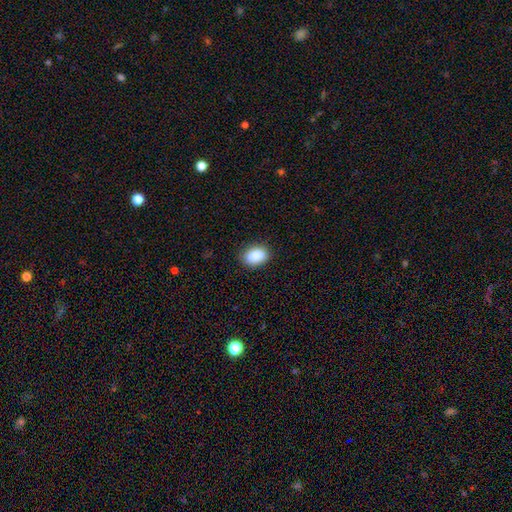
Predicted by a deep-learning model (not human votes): smooth_or_featured: smooth (p=0.89) [alt: star or artifact p=0.08]
how_rounded: in between (p=0.81) [alt: round p=0.17]
merging: none (p=0.86) [alt: minor disturbance p=0.10]